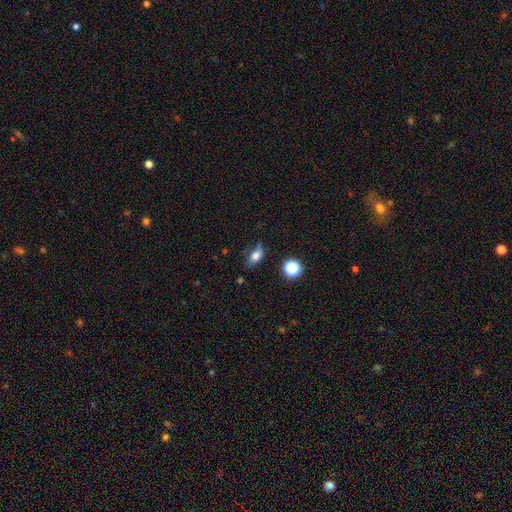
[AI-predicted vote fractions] Q: Smooth or featured?
A: smooth (75%); runner-up: featured or disk (13%)
Q: How rounded?
A: in between (79%); runner-up: round (14%)
Q: Merging?
A: none (64%); runner-up: minor disturbance (26%)